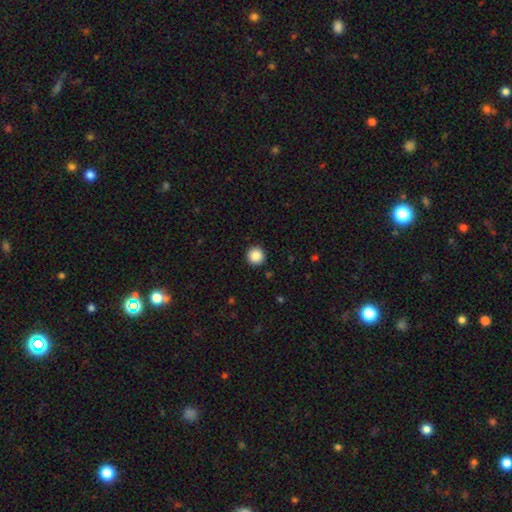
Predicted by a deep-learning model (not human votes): Smooth or featured?
  - smooth: 87% *
  - star or artifact: 9%
  - featured or disk: 3%
How rounded?
  - round: 95% *
  - in between: 4%
  - cigar-shaped: 1%
Merging?
  - none: 93% *
  - minor disturbance: 5%
  - major disturbance: 2%
  - merger: 1%